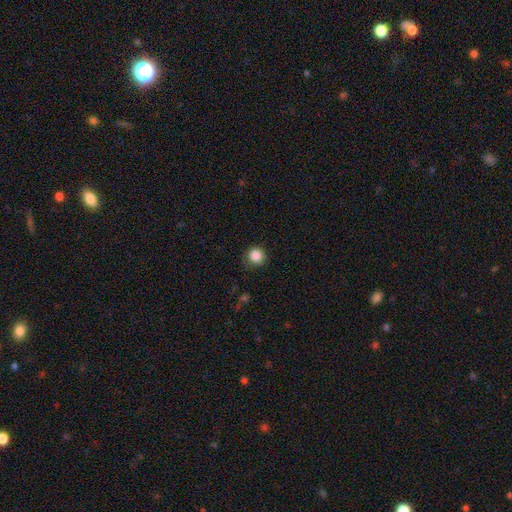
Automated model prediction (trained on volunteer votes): Smooth or featured? Predicted: smooth (p=0.86). How rounded? Predicted: round (p=0.93). Merging? Predicted: none (p=0.85).